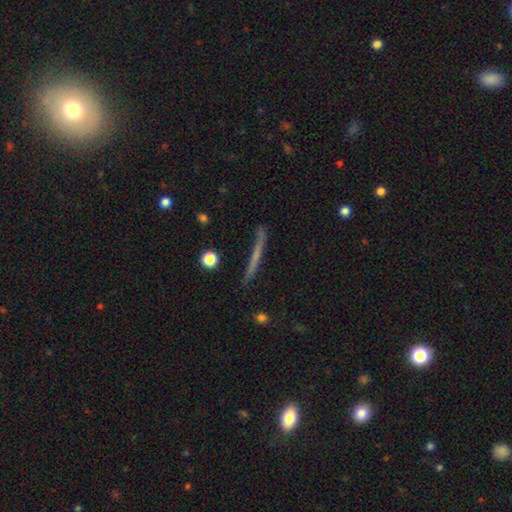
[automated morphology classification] Smooth or featured? smooth (49%)
Merging? none (84%)